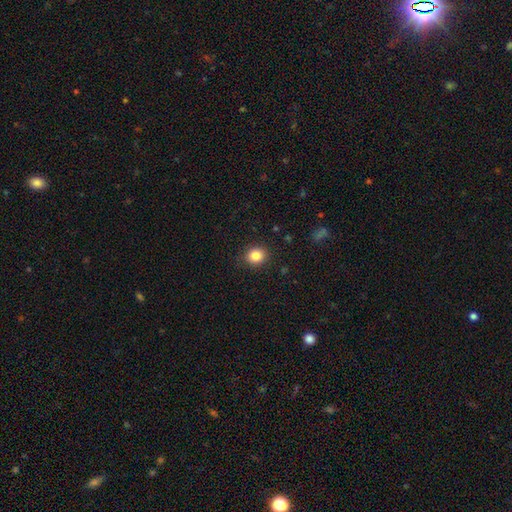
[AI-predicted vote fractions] Smooth or featured: smooth — 85% (star or artifact — 10%)
How rounded: round — 79% (in between — 20%)
Merging: none — 89% (minor disturbance — 8%)